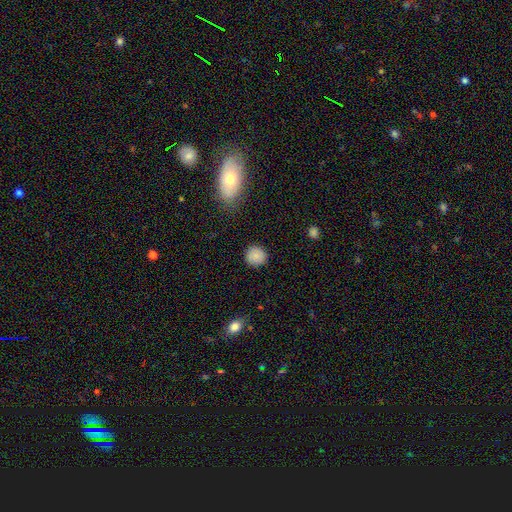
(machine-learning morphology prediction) smooth_or_featured: smooth (p=0.86) [alt: star or artifact p=0.09]
how_rounded: round (p=0.92) [alt: in between p=0.07]
merging: none (p=0.89) [alt: minor disturbance p=0.08]